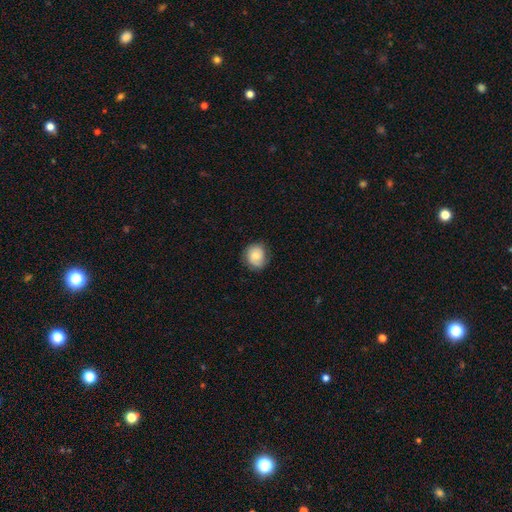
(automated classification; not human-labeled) This appears to be a smooth galaxy with no disk features (68%) that is round (77%). Merging: none (78%).